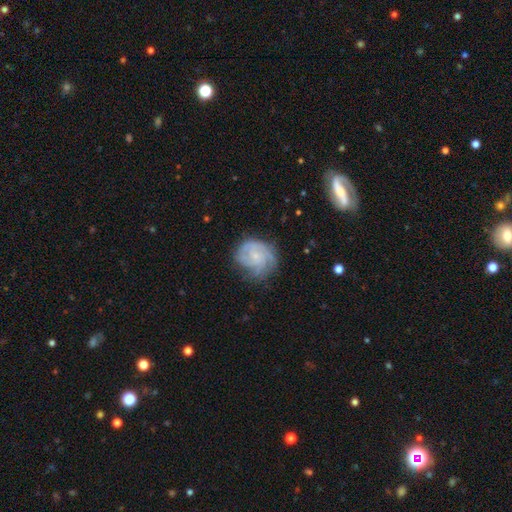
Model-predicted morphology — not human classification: Smooth or featured?
  - featured or disk: 72% *
  - smooth: 21%
  - star or artifact: 7%
Edge-on disk?
  - no: 98% *
  - yes: 2%
Bar?
  - no: 72% *
  - weak: 24%
  - strong: 3%
Spiral arms?
  - yes: 92% *
  - no: 8%
Spiral winding?
  - tight: 55% *
  - medium: 35%
  - loose: 10%
Spiral arm count?
  - 3: 30% * (tied)
  - can't tell: 30% * (tied)
  - 2: 17%
  - 4: 13%
  - 1: 5%
  - more than 4: 5%
Bulge size?
  - small: 70% *
  - moderate: 17%
  - none: 11%
  - large: 1%
  - dominant: 1%
Merging?
  - none: 63% *
  - minor disturbance: 24%
  - major disturbance: 12%
  - merger: 2%